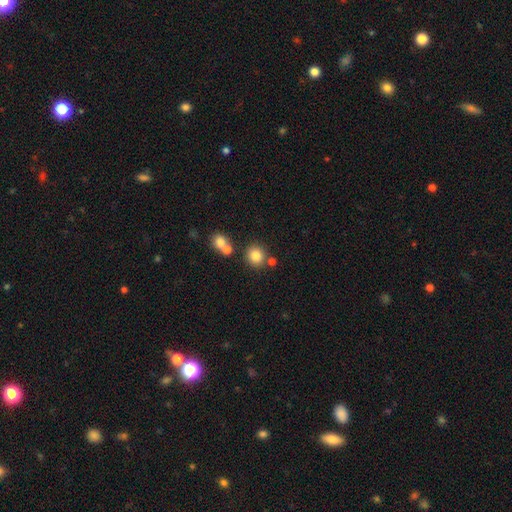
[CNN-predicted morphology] smooth-or-featured: smooth: 80% | star or artifact: 12% | featured or disk: 8%
  how-rounded: round: 89% | in between: 10% | cigar-shaped: 1%
  merging: none: 75% | merger: 13% | minor disturbance: 8% | major disturbance: 3%